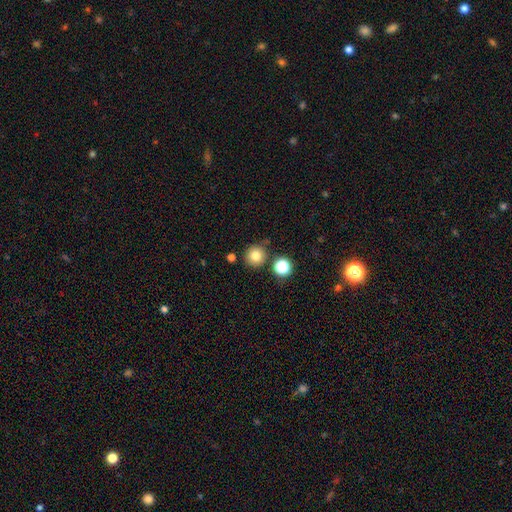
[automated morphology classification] smooth 80%, star or artifact 13%, featured or disk 8%. Down the decision tree: how rounded — round (93%); merging — none (80%).